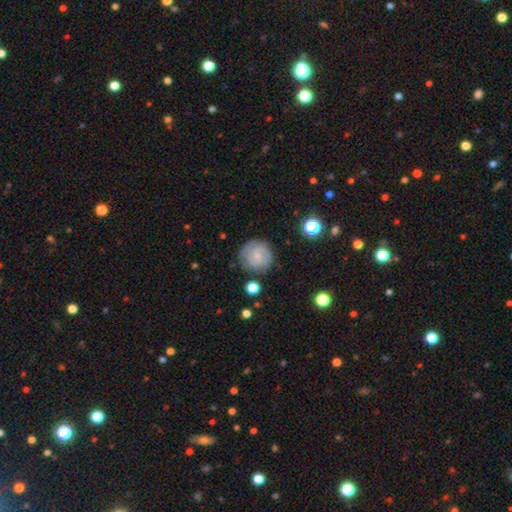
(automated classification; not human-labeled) Q: Smooth or featured?
A: featured or disk (54%); runner-up: smooth (38%)
Q: Edge-on disk?
A: no (98%); runner-up: yes (2%)
Q: Bar?
A: no (62%); runner-up: weak (33%)
Q: Spiral arms?
A: yes (84%); runner-up: no (16%)
Q: Bulge size?
A: small (72%); runner-up: moderate (15%)
Q: Merging?
A: none (78%); runner-up: minor disturbance (15%)